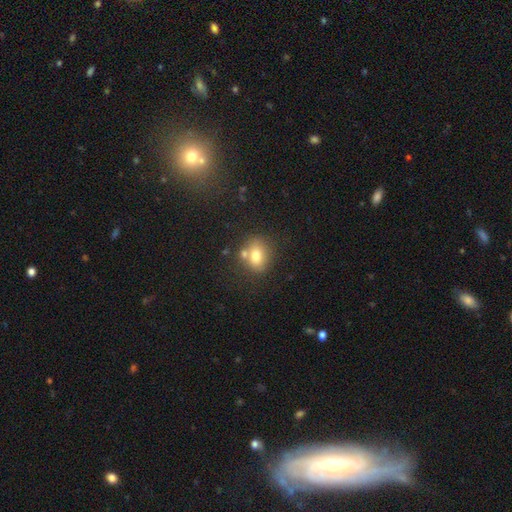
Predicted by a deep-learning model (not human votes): smooth_or_featured: smooth (p=0.74) [alt: featured or disk p=0.15]
how_rounded: round (p=0.51) [alt: in between p=0.48]
merging: none (p=0.61) [alt: merger p=0.20]